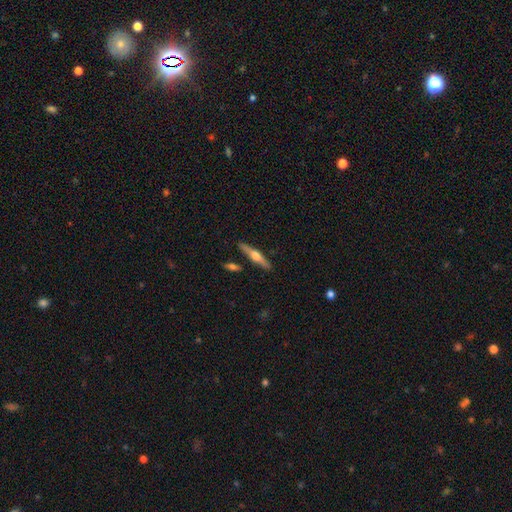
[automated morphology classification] Overall: featured or disk (69%). Edge-on disk: yes (97%). Edge-on bulge: rounded (94%). Merging: none (86%).